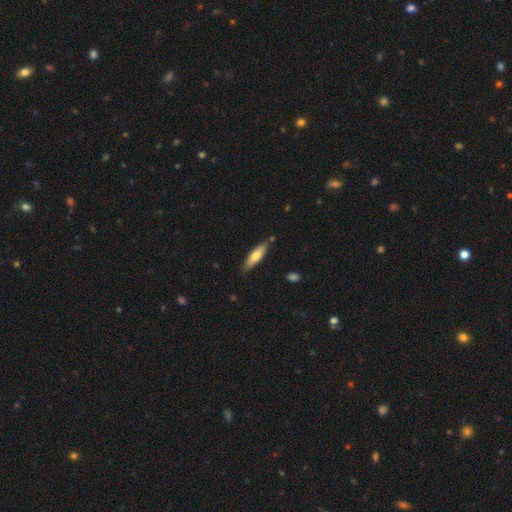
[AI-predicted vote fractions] Smooth or featured: smooth — 66% (featured or disk — 29%)
How rounded: cigar-shaped — 66% (in between — 33%)
Merging: none — 83% (minor disturbance — 12%)